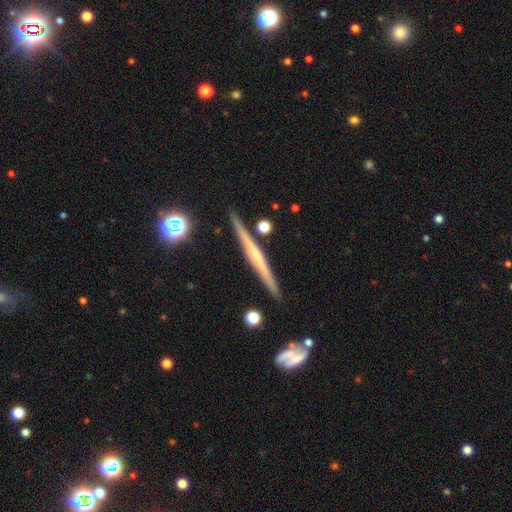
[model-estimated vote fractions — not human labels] Smooth or featured? Predicted: featured or disk (p=0.76). Edge-on disk? Predicted: yes (p=0.98). Edge-on bulge? Predicted: rounded (p=0.56). Merging? Predicted: none (p=0.89).